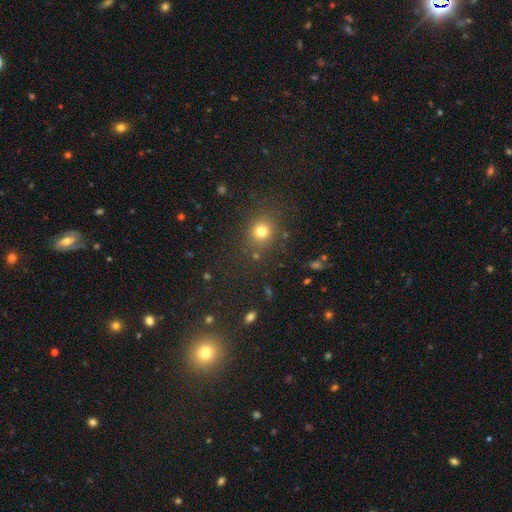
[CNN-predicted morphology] Q: Smooth or featured?
A: smooth (68%); runner-up: star or artifact (25%)
Q: How rounded?
A: round (84%); runner-up: in between (15%)
Q: Merging?
A: none (85%); runner-up: minor disturbance (8%)